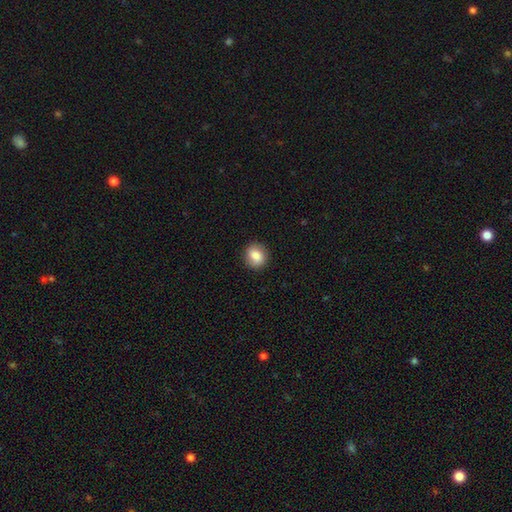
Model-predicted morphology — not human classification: Smooth or featured?
  - smooth: 83% *
  - featured or disk: 9%
  - star or artifact: 8%
How rounded?
  - round: 75% *
  - in between: 24%
  - cigar-shaped: 1%
Merging?
  - none: 88% *
  - minor disturbance: 9%
  - major disturbance: 2%
  - merger: 1%